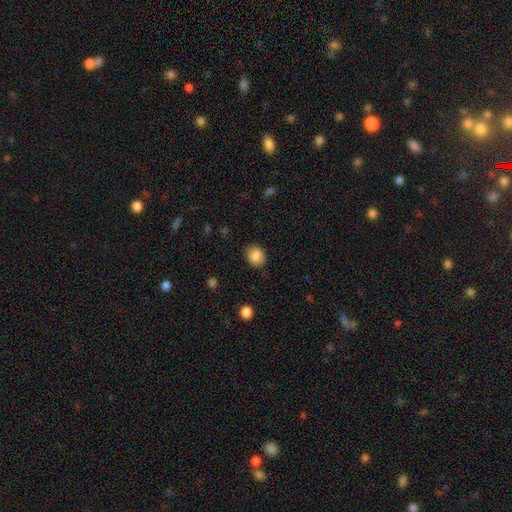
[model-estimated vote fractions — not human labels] Overall: smooth (86%). How rounded: round (61%; in between 38%). Merging: none (83%).